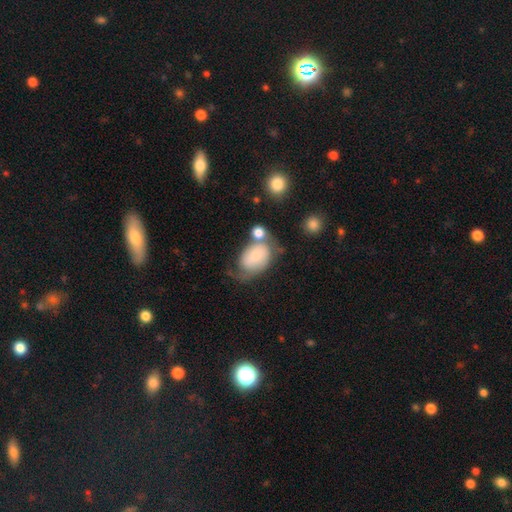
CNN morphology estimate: Smooth or featured? smooth (59%)
How rounded? in between (78%)
Merging? none (31%)